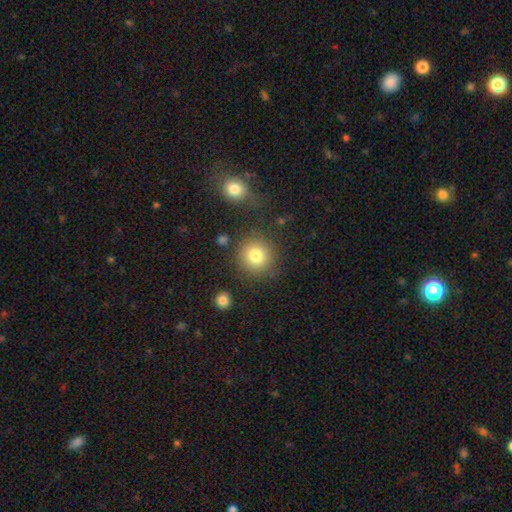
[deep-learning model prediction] Q: Smooth or featured?
A: smooth (81%); runner-up: star or artifact (11%)
Q: How rounded?
A: round (90%); runner-up: in between (9%)
Q: Merging?
A: none (82%); runner-up: minor disturbance (9%)